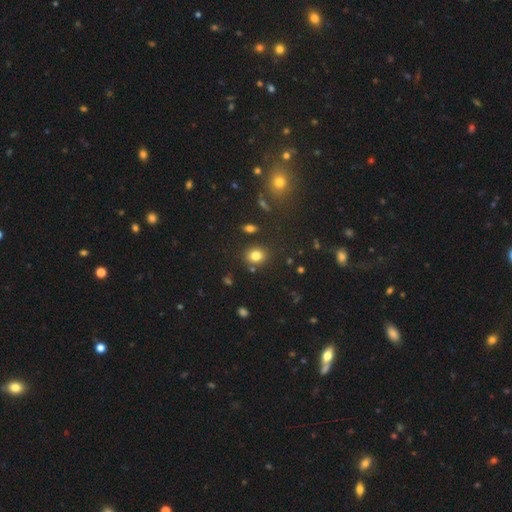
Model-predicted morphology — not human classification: smooth 80%, star or artifact 13%, featured or disk 8%. Down the decision tree: how rounded — round (68%); merging — none (83%).